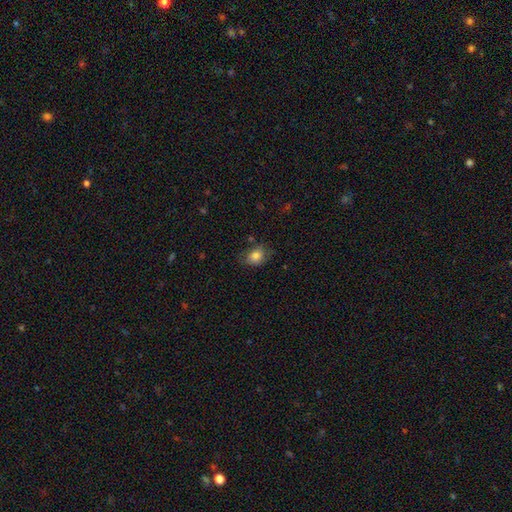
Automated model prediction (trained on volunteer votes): smooth 79%, featured or disk 12%, star or artifact 9%. Down the decision tree: how rounded — in between (63%); merging — none (60%).